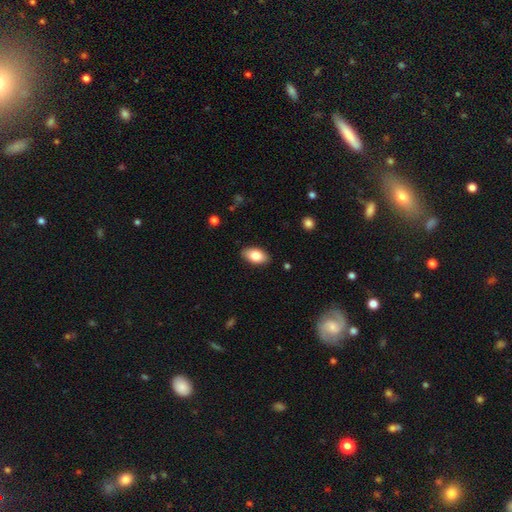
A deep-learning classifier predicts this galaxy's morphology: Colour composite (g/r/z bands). It shows a smooth galaxy with no disk features (83%) that is in between round and cigar-shaped (94%). Merging: none (88%).